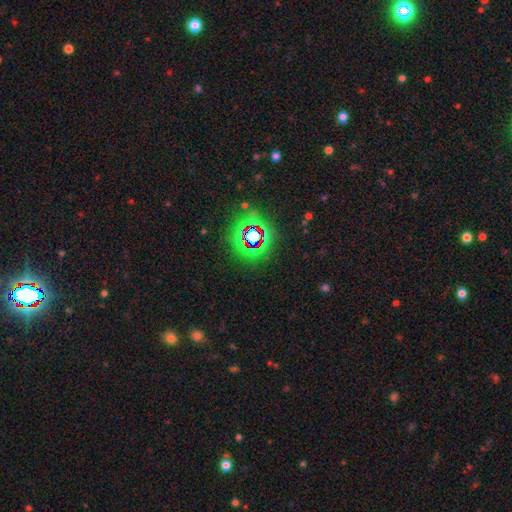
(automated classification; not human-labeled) smooth-or-featured: star or artifact: 45% | smooth: 27% | featured or disk: 27%